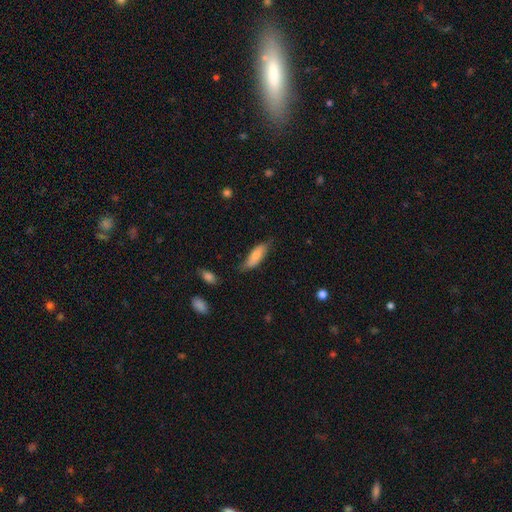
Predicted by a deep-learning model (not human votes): A smooth galaxy with no disk features (79%) that is in between round and cigar-shaped (58%).

Vote fractions:
- Smooth or featured? smooth: 79% / featured or disk: 15% / star or artifact: 6%
- How rounded? in between: 58% / cigar-shaped: 40% / round: 2%
- Merging? none: 64% / minor disturbance: 28% / major disturbance: 6% / merger: 3%